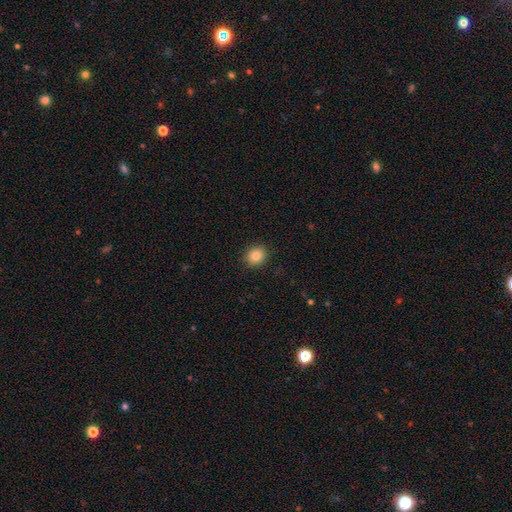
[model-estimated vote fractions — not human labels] smooth-or-featured: smooth: 84% | star or artifact: 10% | featured or disk: 6%
  how-rounded: round: 75% | in between: 25% | cigar-shaped: 1%
  merging: none: 90% | minor disturbance: 7% | major disturbance: 2% | merger: 1%